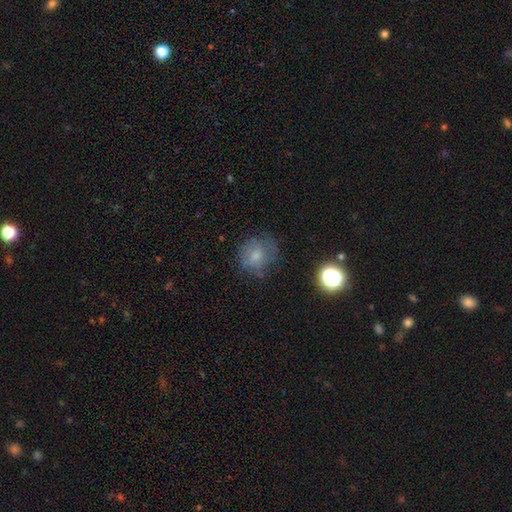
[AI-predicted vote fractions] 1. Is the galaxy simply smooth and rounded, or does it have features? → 64% smooth, 23% featured or disk, 13% star or artifact.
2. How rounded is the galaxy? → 81% round, 18% in between, 1% cigar-shaped.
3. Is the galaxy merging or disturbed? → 62% none, 24% minor disturbance, 12% major disturbance, 2% merger.